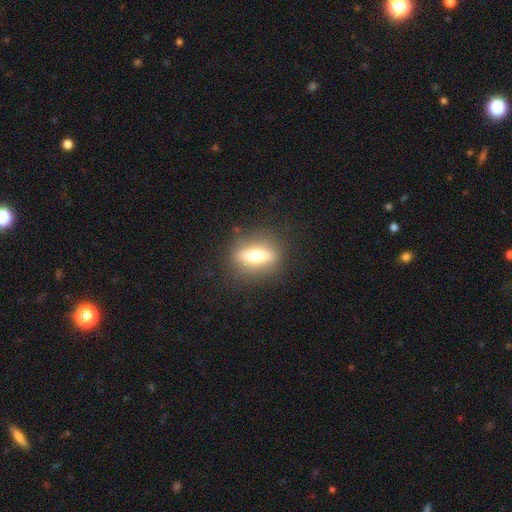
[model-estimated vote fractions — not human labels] smooth-or-featured: featured or disk: 48% | smooth: 43% | star or artifact: 9%
  merging: none: 85% | minor disturbance: 9% | major disturbance: 5% | merger: 1%